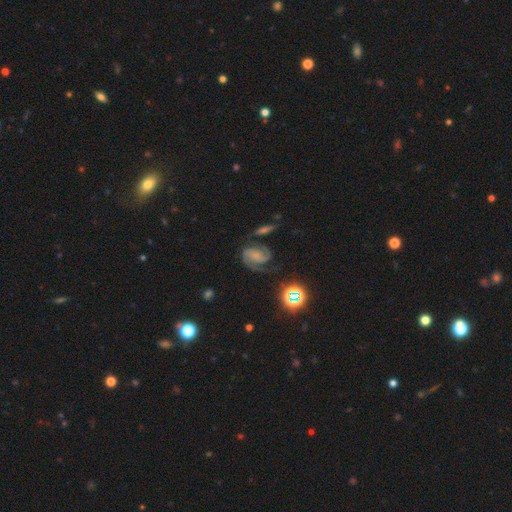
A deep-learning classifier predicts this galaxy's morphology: A featured or disk galaxy (82%) with no bar (55%), 2 (82%) medium (51%) spiral arms (97%) and a small central bulge (50%). Merging: none (60%).